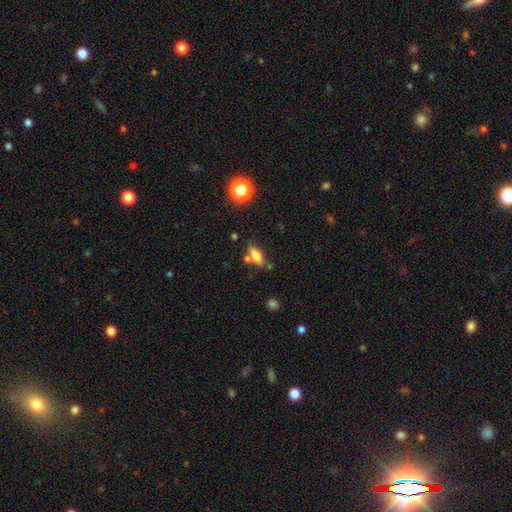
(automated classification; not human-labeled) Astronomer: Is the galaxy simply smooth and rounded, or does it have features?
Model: smooth — 70%.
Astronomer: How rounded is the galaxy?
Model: in between — 66%.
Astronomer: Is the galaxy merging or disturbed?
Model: none — 62%.